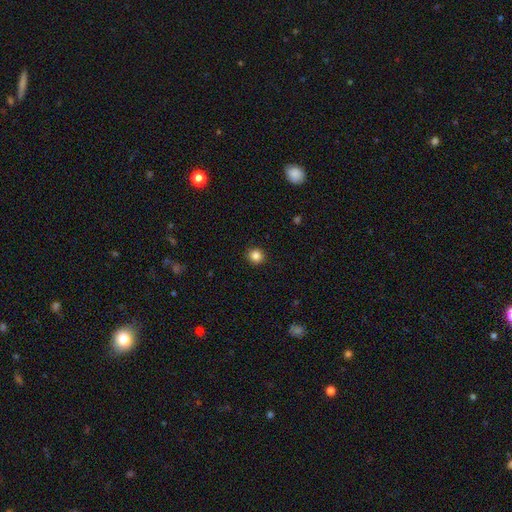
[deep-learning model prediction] Morphology: type=smooth (85%); roundness=round (92%); merging=none (92%).